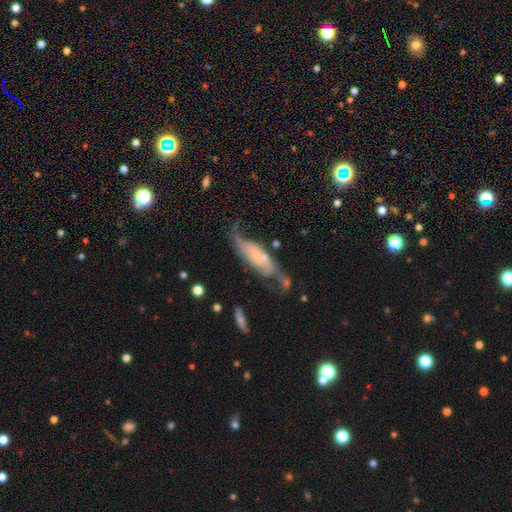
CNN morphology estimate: Overall: featured or disk (74%). Edge-on disk: no (84%). Bar: no (59%; weak 29%). Spiral arms: yes (91%). Spiral arm count: 2 (81%). Spiral winding: loose (60%; medium 28%). Bulge size: small (59%; none 24%). Merging: none (48%; minor disturbance 24%).